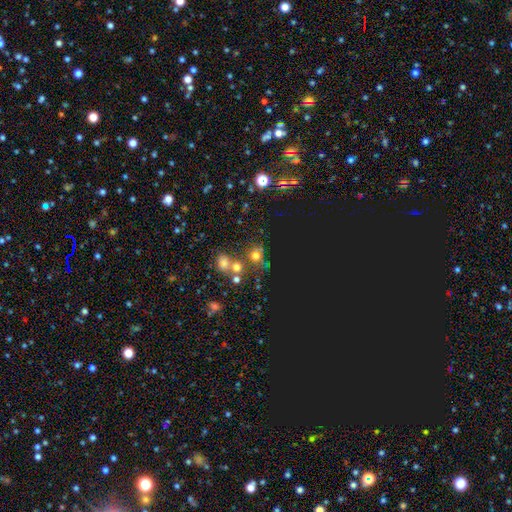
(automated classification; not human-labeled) smooth-or-featured: smooth: 56% | star or artifact: 33% | featured or disk: 11%
  how-rounded: round: 81% | in between: 17% | cigar-shaped: 1%
  merging: none: 58% | merger: 24% | minor disturbance: 11% | major disturbance: 7%